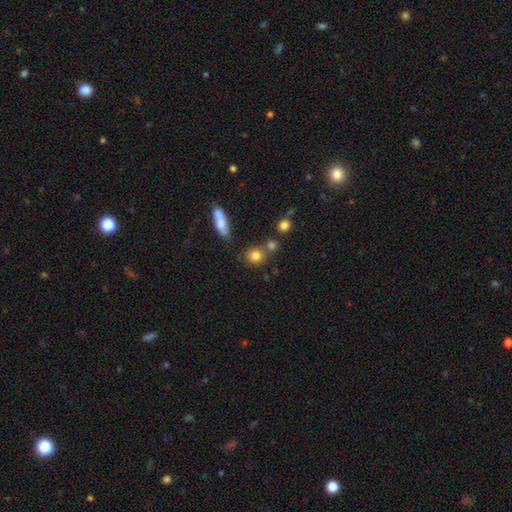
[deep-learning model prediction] smooth_or_featured: smooth (p=0.80) [alt: star or artifact p=0.11]
how_rounded: round (p=0.79) [alt: in between p=0.19]
merging: none (p=0.67) [alt: merger p=0.19]